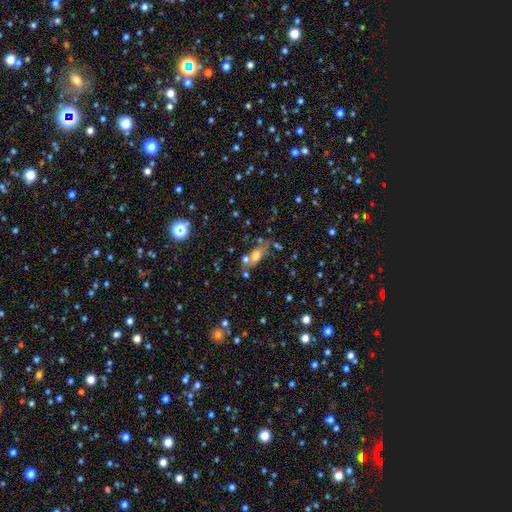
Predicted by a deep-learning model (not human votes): The model was most divided on "merging": none: 47%, merger: 31%, minor disturbance: 15%, major disturbance: 8%. More confident: how rounded — in between (71%); smooth or featured — smooth (61%).